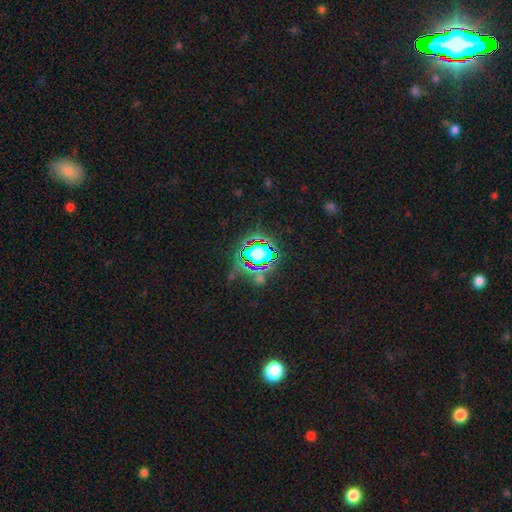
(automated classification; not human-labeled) A star or artifact, not a galaxy (80%).